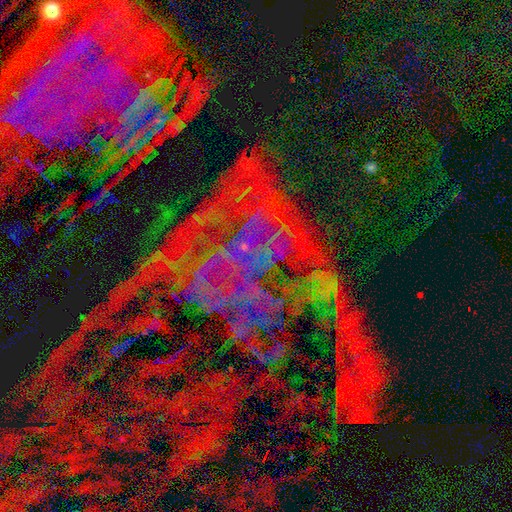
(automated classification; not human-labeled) smooth-or-featured: star or artifact: 78% | featured or disk: 13% | smooth: 9%